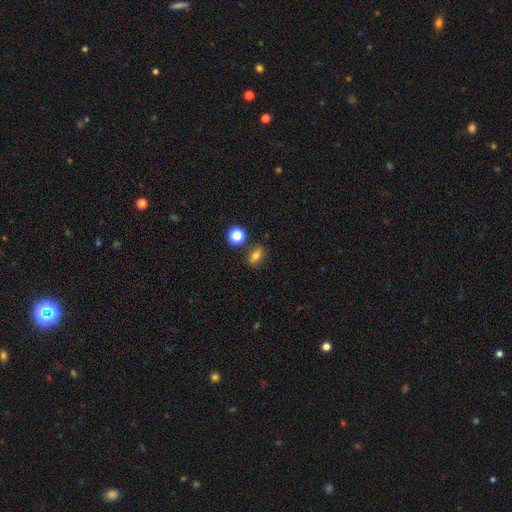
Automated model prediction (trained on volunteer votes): Morphology: type=smooth (71%); roundness=in between (66%); merging=none (77%).